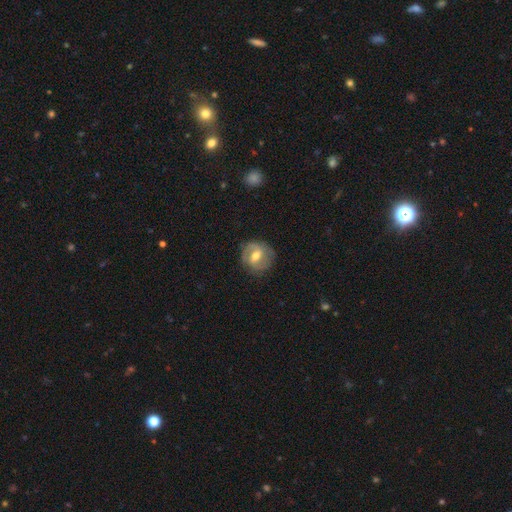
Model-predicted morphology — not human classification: Q: Smooth or featured?
A: featured or disk (63%); runner-up: smooth (30%)
Q: Edge-on disk?
A: no (96%); runner-up: yes (4%)
Q: Bar?
A: weak (52%); runner-up: strong (25%)
Q: Spiral arms?
A: yes (79%); runner-up: no (21%)
Q: Bulge size?
A: moderate (71%); runner-up: small (19%)
Q: Merging?
A: none (77%); runner-up: minor disturbance (16%)